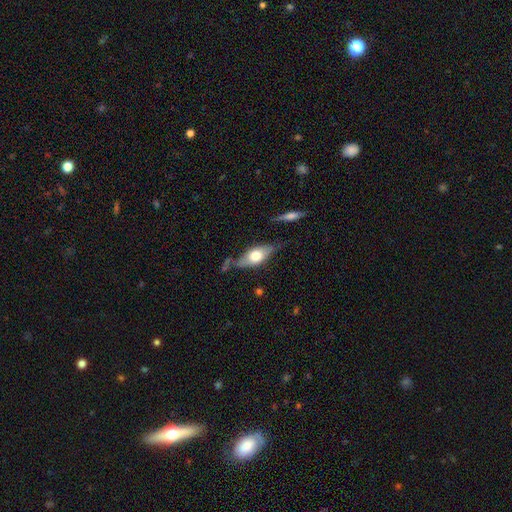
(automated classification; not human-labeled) Q: Smooth or featured?
A: smooth (52%); runner-up: featured or disk (42%)
Q: How rounded?
A: in between (77%); runner-up: cigar-shaped (19%)
Q: Merging?
A: none (62%); runner-up: minor disturbance (23%)